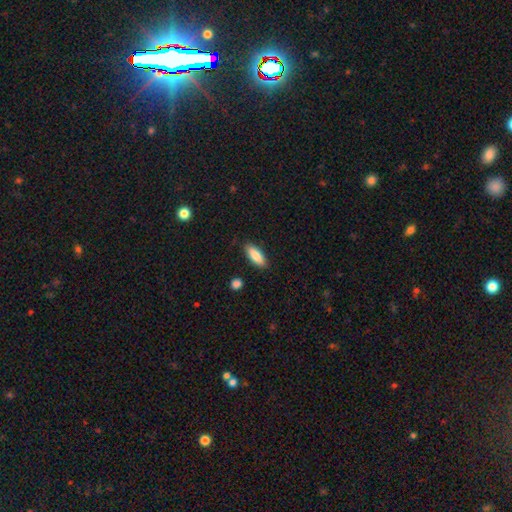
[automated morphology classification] smooth 83%, featured or disk 11%, star or artifact 6%. Down the decision tree: how rounded — in between (67%); merging — none (87%).